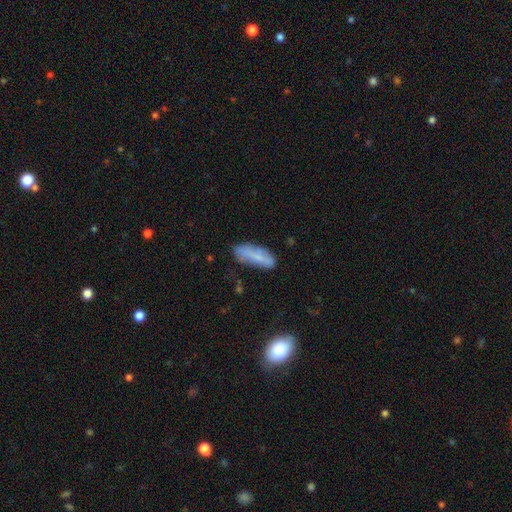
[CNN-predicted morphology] type=smooth (69%); roundness=in between (60%); merging=none (69%).